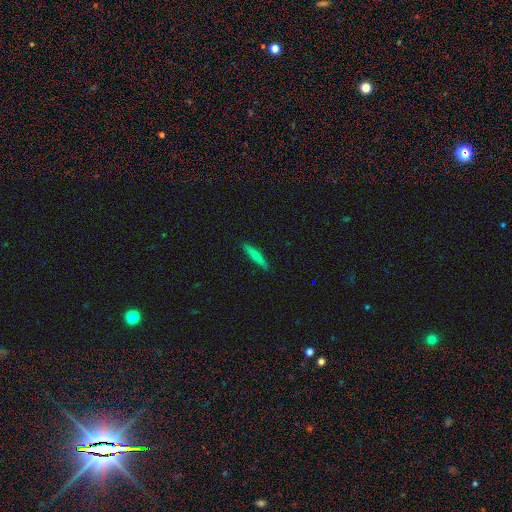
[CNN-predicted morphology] This appears to be a featured or disk galaxy (57%) viewed edge-on (93%) with a rounded central bulge (83%). Merging: none (89%).